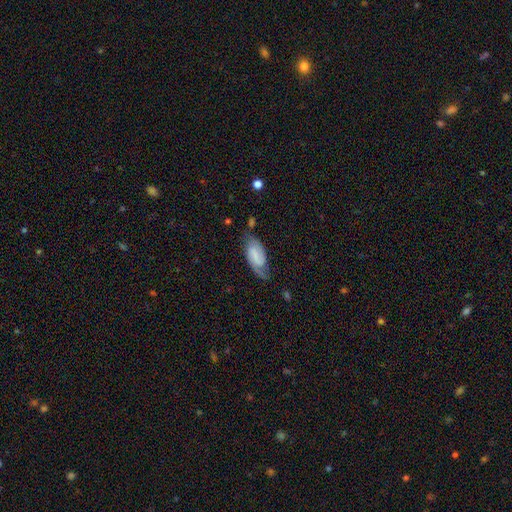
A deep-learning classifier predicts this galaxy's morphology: type=featured or disk (68%); edge-on=no (95%); bar=weak (45%); spiral arms=yes (94%); winding=medium (45%); arm count=2 (82%); bulge=none (45%); merging=none (62%).